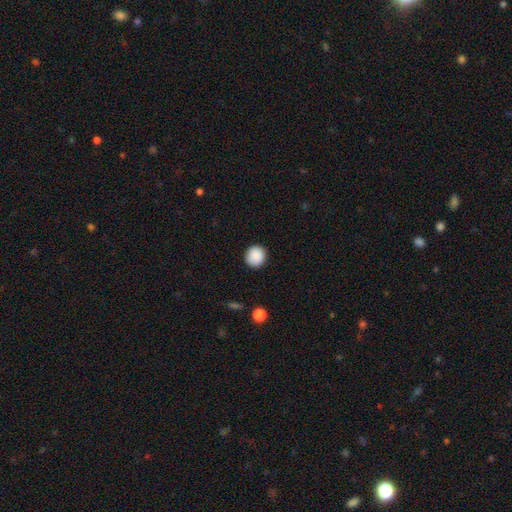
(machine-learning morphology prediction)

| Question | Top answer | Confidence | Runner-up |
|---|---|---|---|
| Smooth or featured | smooth | 89% | star or artifact (8%) |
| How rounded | round | 89% | in between (11%) |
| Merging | none | 90% | minor disturbance (7%) |